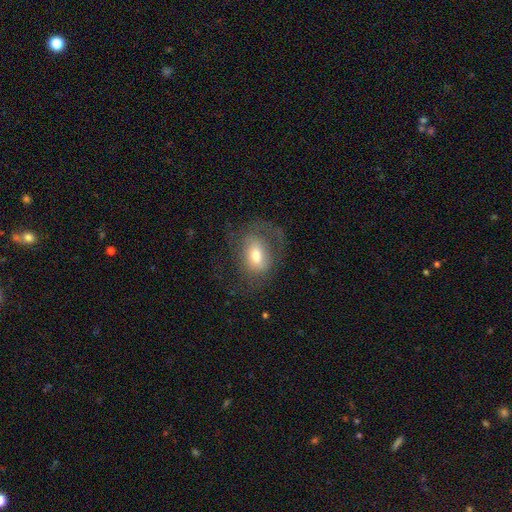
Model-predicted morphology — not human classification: Smooth or featured? smooth (53%)
How rounded? in between (69%)
Merging? none (50%)